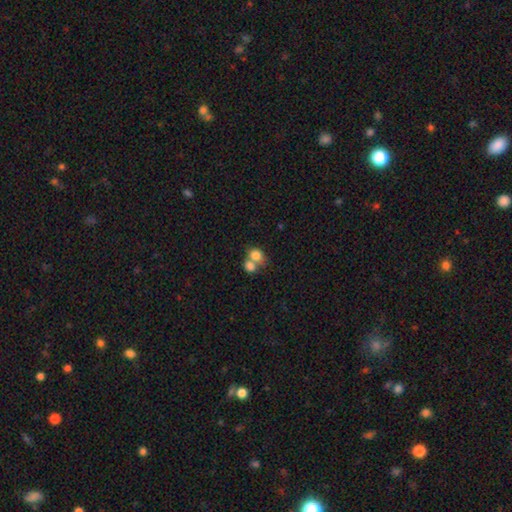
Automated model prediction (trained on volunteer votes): This appears to be a smooth galaxy with no disk features (80%) that is in between round and cigar-shaped (51%). Merging: merger (62%).